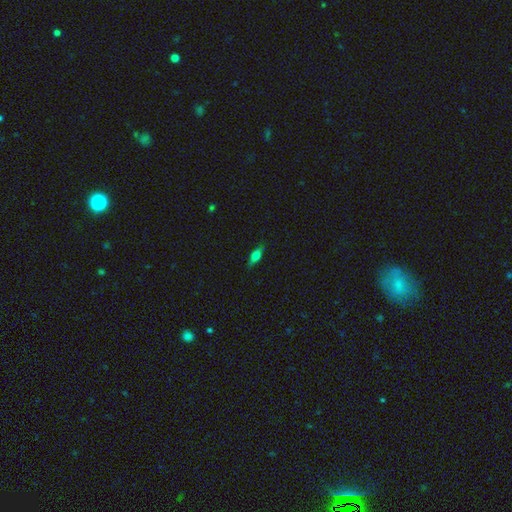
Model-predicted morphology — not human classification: Smooth or featured: smooth — 56% (featured or disk — 35%)
How rounded: in between — 57% (cigar-shaped — 39%)
Merging: none — 84% (minor disturbance — 12%)